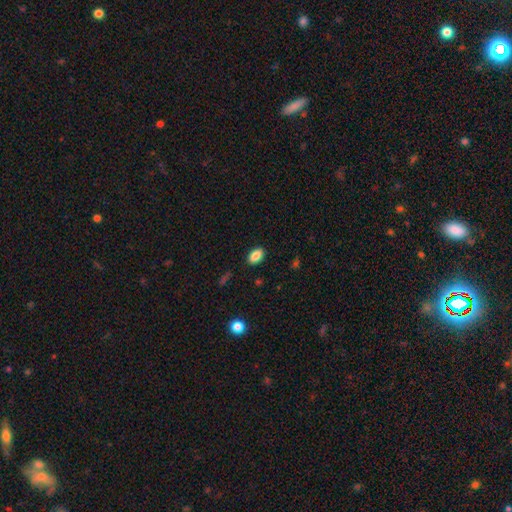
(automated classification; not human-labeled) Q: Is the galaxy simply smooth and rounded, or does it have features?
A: smooth — 87%.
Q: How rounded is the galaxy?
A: in between — 89%.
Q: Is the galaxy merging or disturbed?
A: none — 88%.